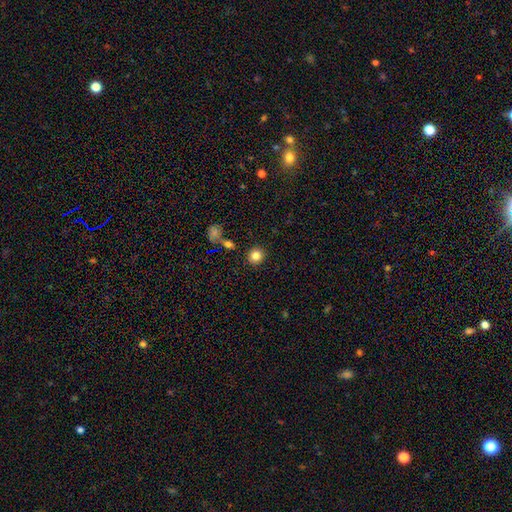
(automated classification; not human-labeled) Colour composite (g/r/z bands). It shows a smooth galaxy with no disk features (83%) that is round (87%). Merging: none (88%).